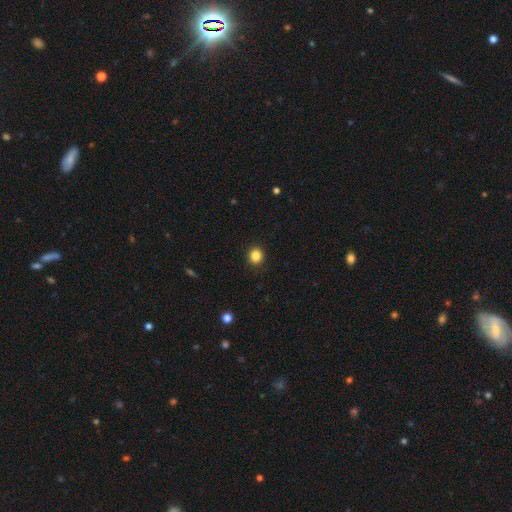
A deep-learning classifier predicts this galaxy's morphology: smooth_or_featured: smooth (p=0.85) [alt: star or artifact p=0.11]
how_rounded: round (p=0.89) [alt: in between p=0.10]
merging: none (p=0.91) [alt: minor disturbance p=0.06]